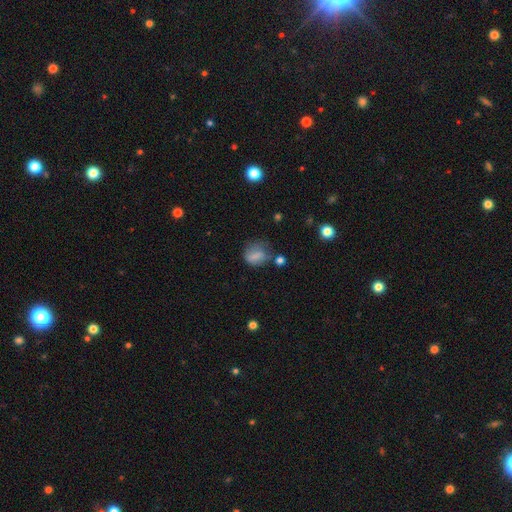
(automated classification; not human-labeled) Q: Smooth or featured?
A: smooth (73%); runner-up: featured or disk (15%)
Q: How rounded?
A: in between (49%); runner-up: round (48%)
Q: Merging?
A: none (47%); runner-up: minor disturbance (29%)